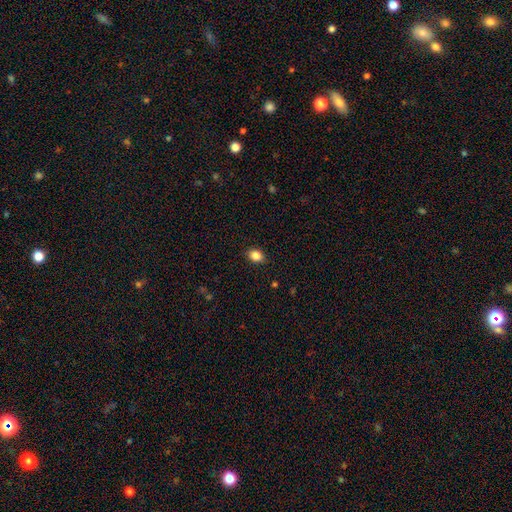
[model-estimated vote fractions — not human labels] A smooth galaxy with no disk features (86%) that is in between round and cigar-shaped (61%).

Vote fractions:
- Smooth or featured? smooth: 86% / star or artifact: 10% / featured or disk: 5%
- How rounded? in between: 61% / round: 38% / cigar-shaped: 1%
- Merging? none: 88% / minor disturbance: 9% / major disturbance: 2% / merger: 1%